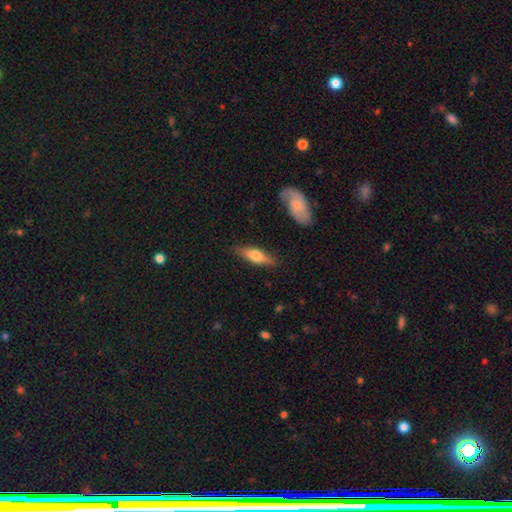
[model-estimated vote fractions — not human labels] Morphology: type=smooth (52%); roundness=cigar-shaped (55%); merging=none (83%).